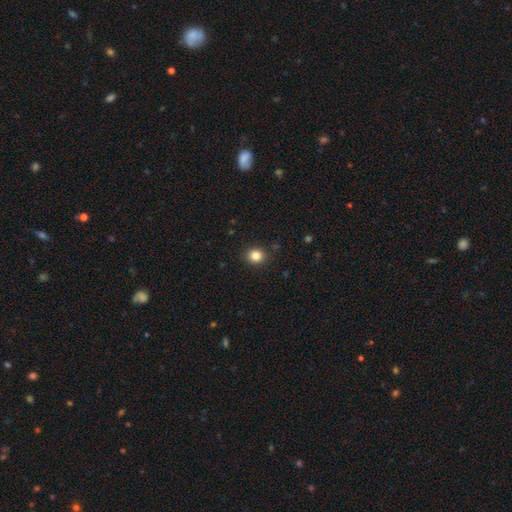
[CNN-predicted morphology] type=smooth (84%); roundness=round (75%); merging=none (89%).